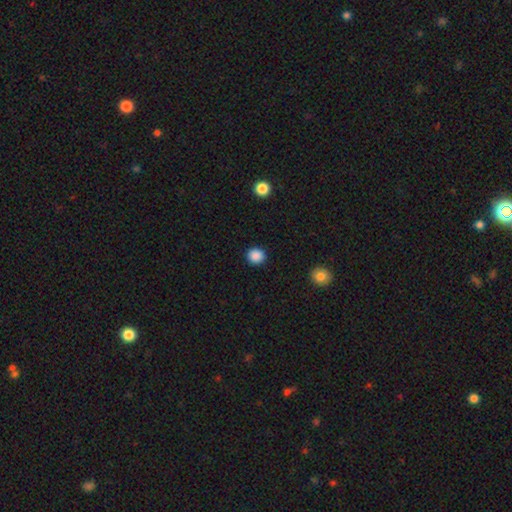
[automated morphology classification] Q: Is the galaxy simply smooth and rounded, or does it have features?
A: smooth — 88%.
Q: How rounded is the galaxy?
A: round — 86%.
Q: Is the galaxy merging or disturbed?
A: none — 91%.